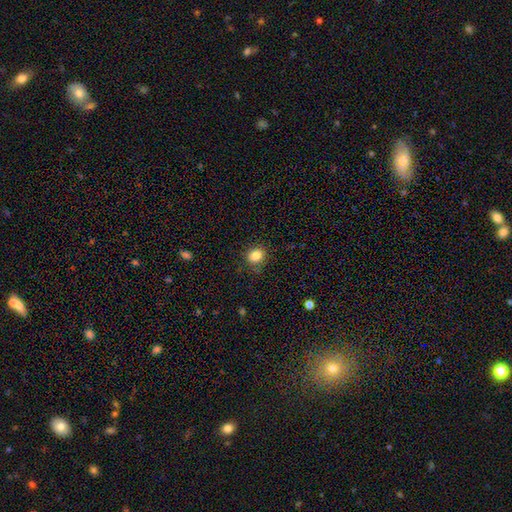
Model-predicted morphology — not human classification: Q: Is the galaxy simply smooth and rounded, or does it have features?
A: smooth — 86%.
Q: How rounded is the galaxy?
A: round — 65%.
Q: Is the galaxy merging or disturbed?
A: none — 81%.